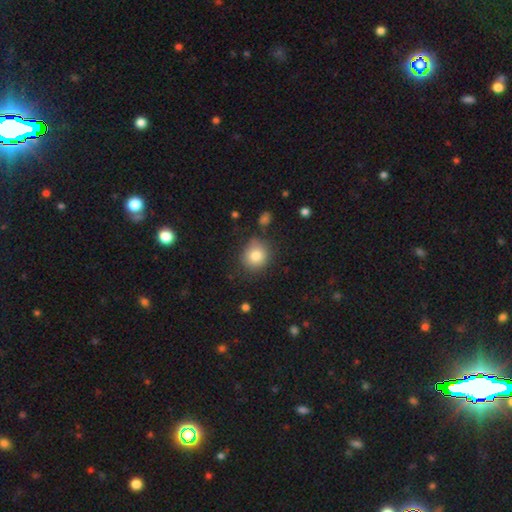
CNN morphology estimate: A smooth galaxy with no disk features (83%) that is round (85%).

Vote fractions:
- Smooth or featured? smooth: 83% / star or artifact: 10% / featured or disk: 7%
- How rounded? round: 85% / in between: 14% / cigar-shaped: 1%
- Merging? none: 76% / minor disturbance: 16% / major disturbance: 4% / merger: 4%